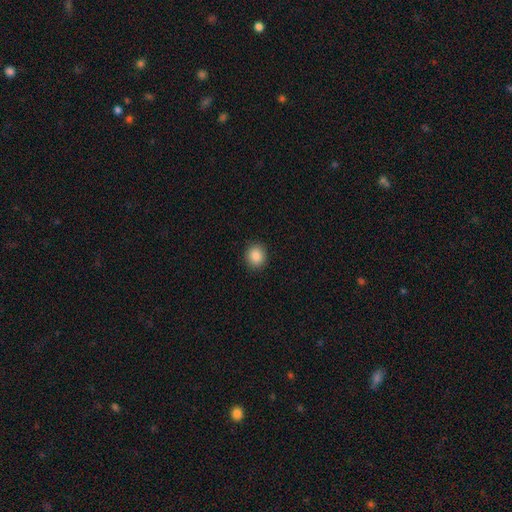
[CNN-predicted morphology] smooth 87%, star or artifact 9%, featured or disk 4%. Down the decision tree: how rounded — round (79%); merging — none (91%).